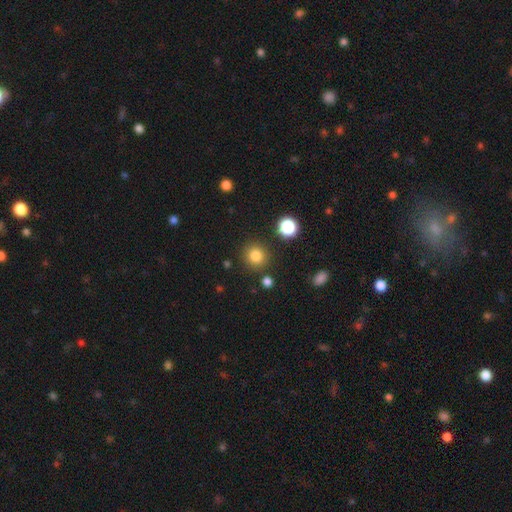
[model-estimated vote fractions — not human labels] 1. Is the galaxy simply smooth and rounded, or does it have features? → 81% smooth, 14% star or artifact, 5% featured or disk.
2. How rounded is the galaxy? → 91% round, 8% in between, 1% cigar-shaped.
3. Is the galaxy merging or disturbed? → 86% none, 7% minor disturbance, 4% merger, 3% major disturbance.